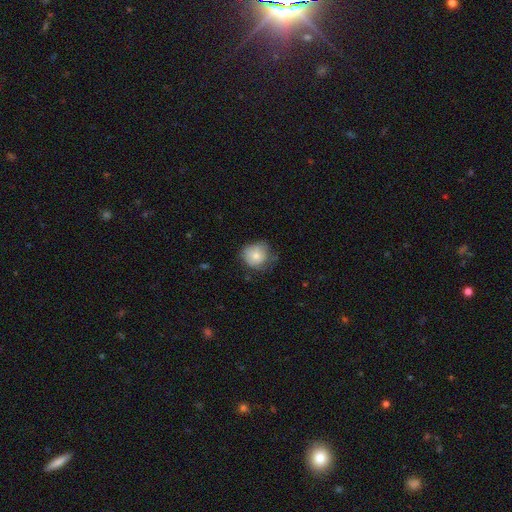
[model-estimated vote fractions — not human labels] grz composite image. It shows a smooth galaxy with no disk features (74%) that is round (82%). Merging: none (56%).